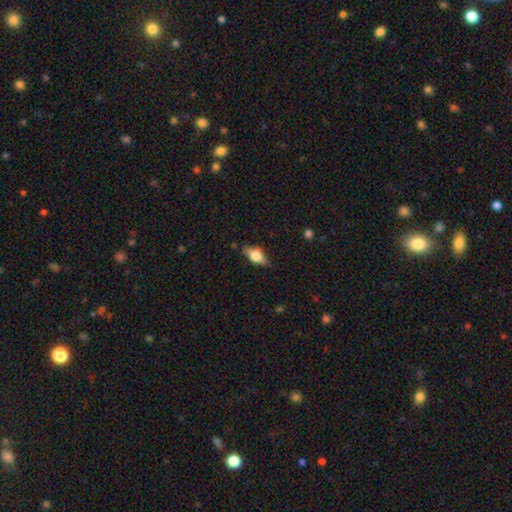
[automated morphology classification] smooth 52%, featured or disk 40%, star or artifact 8%. Down the decision tree: how rounded — in between (76%); merging — none (80%).